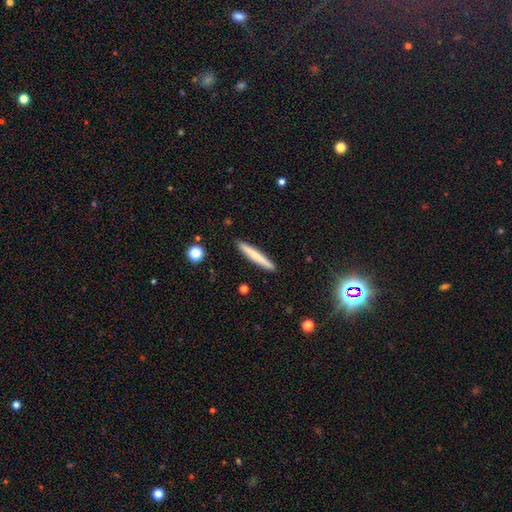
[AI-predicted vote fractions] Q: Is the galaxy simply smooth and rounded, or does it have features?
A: smooth — 70%.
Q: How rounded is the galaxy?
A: cigar-shaped — 96%.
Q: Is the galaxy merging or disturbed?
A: none — 92%.